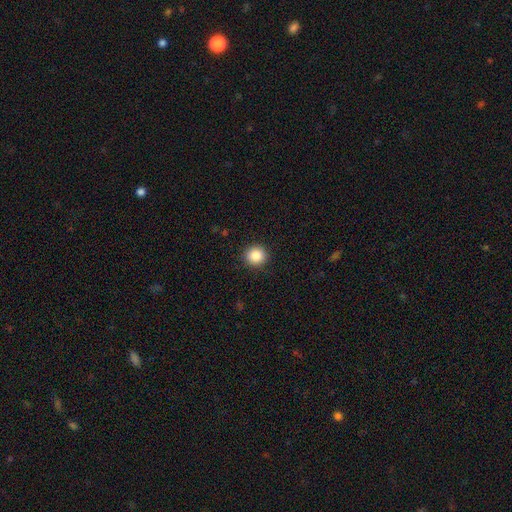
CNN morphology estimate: The model was most divided on "smooth or featured": smooth: 86%, star or artifact: 10%, featured or disk: 4%. More confident: merging — none (92%); how rounded — round (91%).